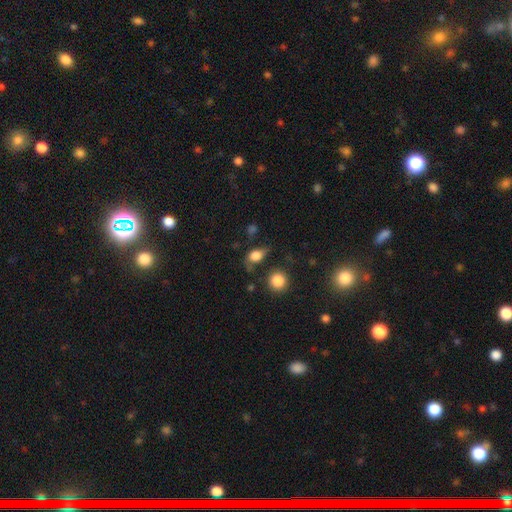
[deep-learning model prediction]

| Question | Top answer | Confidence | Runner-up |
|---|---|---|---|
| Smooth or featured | smooth | 72% | featured or disk (17%) |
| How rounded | in between | 64% | round (33%) |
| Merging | none | 49% | minor disturbance (27%) |